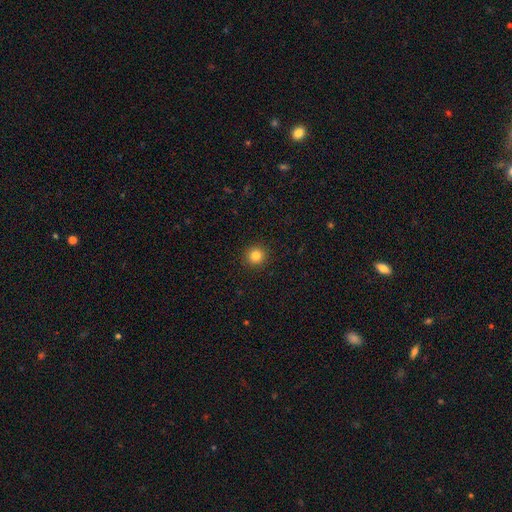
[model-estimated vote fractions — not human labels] Smooth or featured: smooth — 83% (star or artifact — 12%)
How rounded: round — 94% (in between — 5%)
Merging: none — 93% (minor disturbance — 5%)